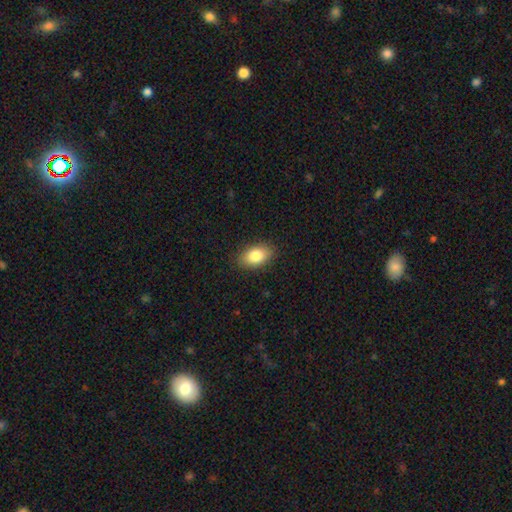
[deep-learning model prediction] Smooth or featured? smooth (83%)
How rounded? in between (91%)
Merging? none (87%)